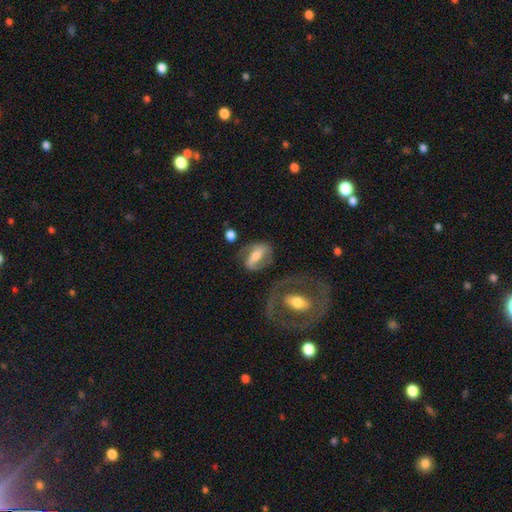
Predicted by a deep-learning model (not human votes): Q: Smooth or featured?
A: featured or disk (60%); runner-up: smooth (33%)
Q: Edge-on disk?
A: no (88%); runner-up: yes (12%)
Q: Bar?
A: strong (55%); runner-up: weak (26%)
Q: Spiral arms?
A: yes (73%); runner-up: no (27%)
Q: Bulge size?
A: moderate (52%); runner-up: small (36%)
Q: Merging?
A: none (58%); runner-up: minor disturbance (19%)